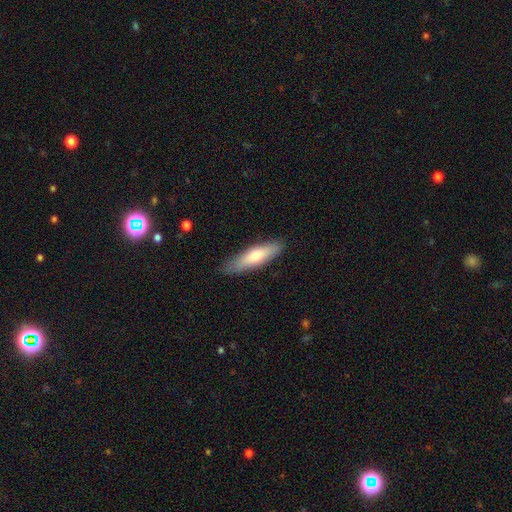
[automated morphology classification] The model was most divided on "how rounded": cigar-shaped: 66%, in between: 32%, round: 2%. More confident: merging — none (83%); smooth or featured — smooth (70%).